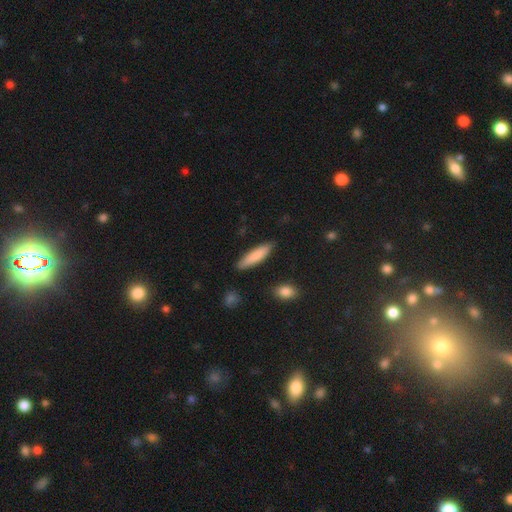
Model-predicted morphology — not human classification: This is clearly a smooth galaxy (83%). How rounded: likely cigar-shaped (72%). Merging: clearly none (87%).